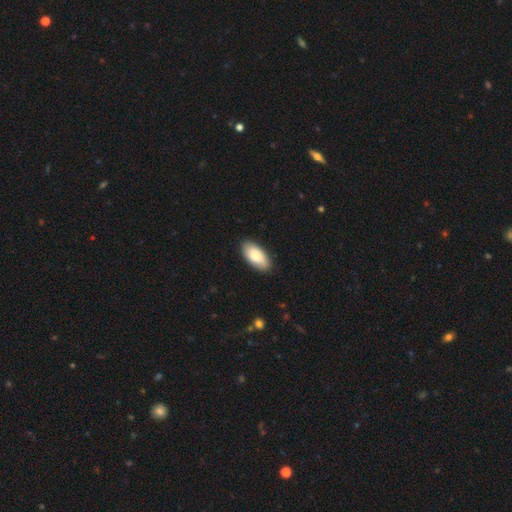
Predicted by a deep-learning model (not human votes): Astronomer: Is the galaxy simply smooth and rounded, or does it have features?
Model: smooth — 81%.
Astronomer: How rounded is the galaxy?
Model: in between — 94%.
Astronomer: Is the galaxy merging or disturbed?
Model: none — 87%.